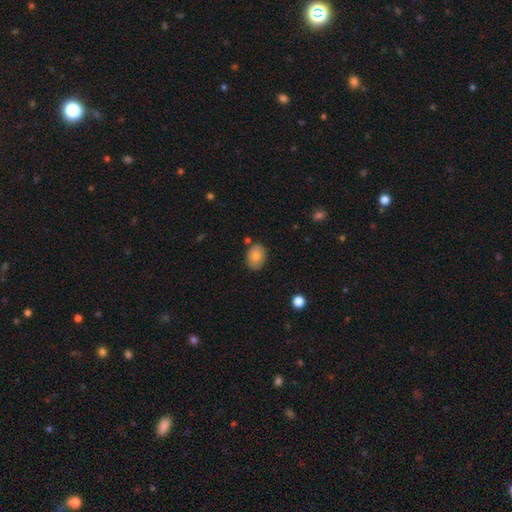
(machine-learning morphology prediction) This is clearly a smooth galaxy (80%). How rounded: likely in between (68%). Merging: clearly none (82%).